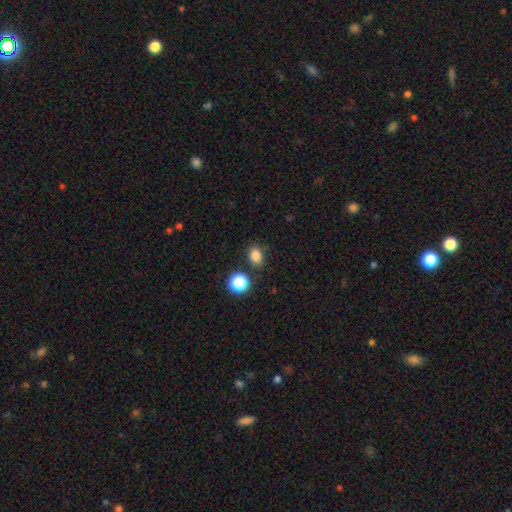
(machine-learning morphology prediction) Q: Smooth or featured?
A: smooth (82%); runner-up: star or artifact (13%)
Q: How rounded?
A: in between (58%); runner-up: round (41%)
Q: Merging?
A: none (80%); runner-up: minor disturbance (11%)